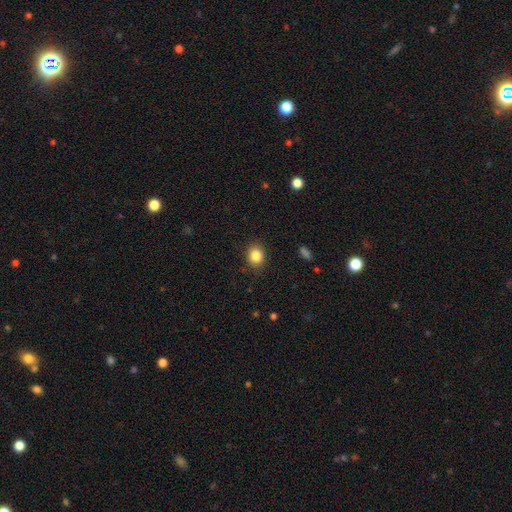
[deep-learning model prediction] Q: Smooth or featured?
A: smooth (85%); runner-up: star or artifact (10%)
Q: How rounded?
A: round (58%); runner-up: in between (41%)
Q: Merging?
A: none (86%); runner-up: minor disturbance (10%)